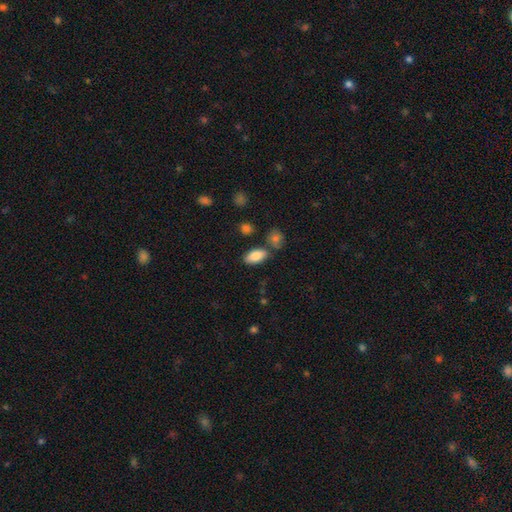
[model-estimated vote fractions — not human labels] The model was most divided on "merging": none: 77%, minor disturbance: 12%, merger: 9%, major disturbance: 3%. More confident: how rounded — in between (91%); smooth or featured — smooth (84%).